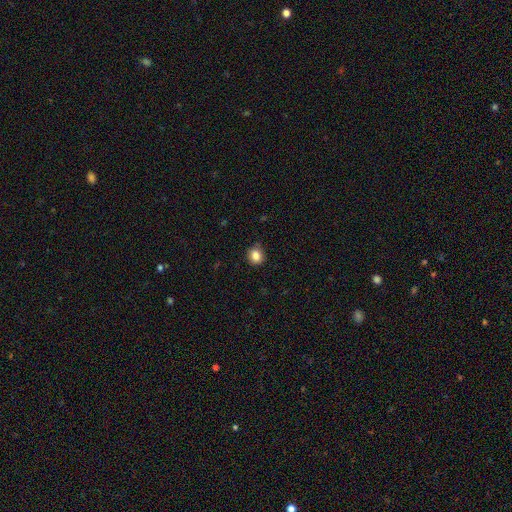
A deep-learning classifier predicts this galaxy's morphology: Overall: smooth (85%). How rounded: round (75%). Merging: none (80%).